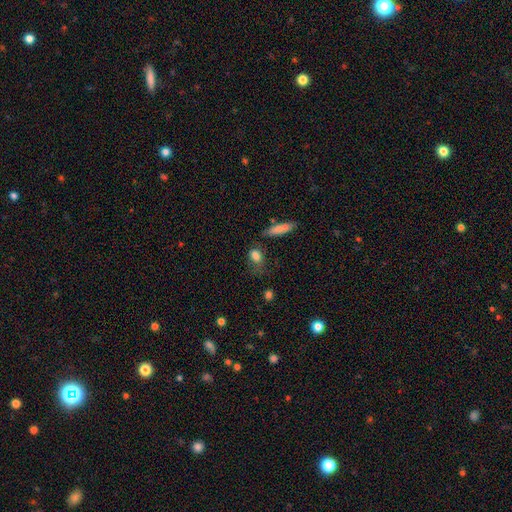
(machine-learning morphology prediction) Overall: smooth (81%). How rounded: in between (71%). Merging: none (59%; minor disturbance 24%).